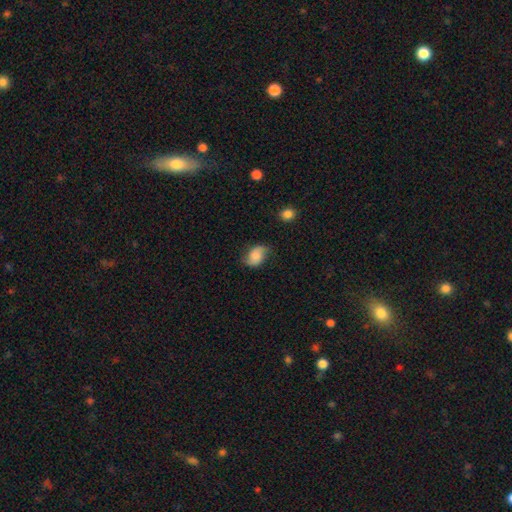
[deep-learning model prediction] Smooth or featured?
  - smooth: 61% *
  - featured or disk: 31%
  - star or artifact: 9%
How rounded?
  - in between: 75% *
  - round: 23%
  - cigar-shaped: 1%
Merging?
  - none: 63% *
  - minor disturbance: 27%
  - major disturbance: 8%
  - merger: 2%